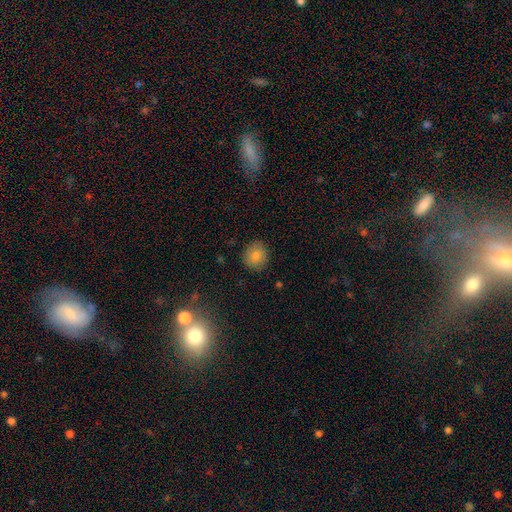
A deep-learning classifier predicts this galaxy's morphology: This appears to be a smooth galaxy with no disk features (82%) that is round (88%). Merging: none (89%).